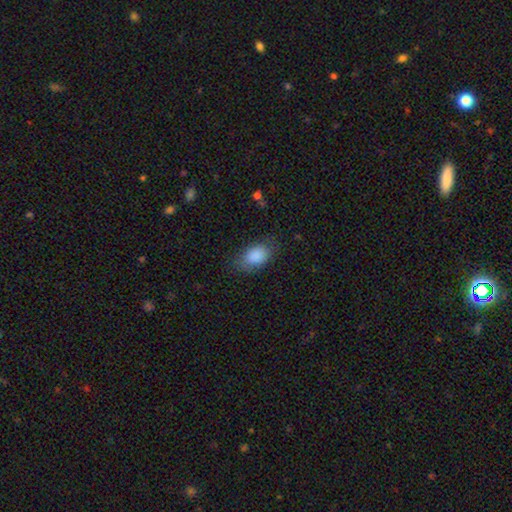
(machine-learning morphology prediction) Smooth or featured? smooth (87%)
How rounded? in between (87%)
Merging? none (72%)